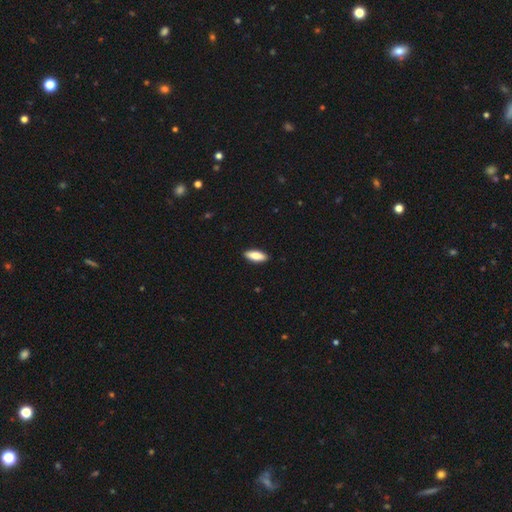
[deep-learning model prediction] Morphology: type=smooth (85%); roundness=in between (67%); merging=none (91%).